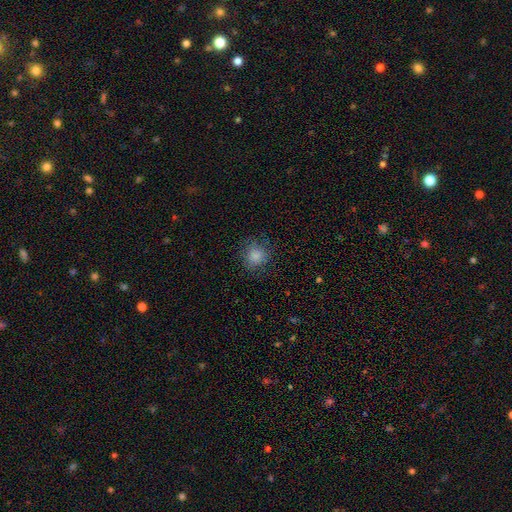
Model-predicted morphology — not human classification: The model was most divided on "merging": none: 81%, minor disturbance: 13%, major disturbance: 5%, merger: 1%. More confident: how rounded — round (87%); smooth or featured — smooth (85%).